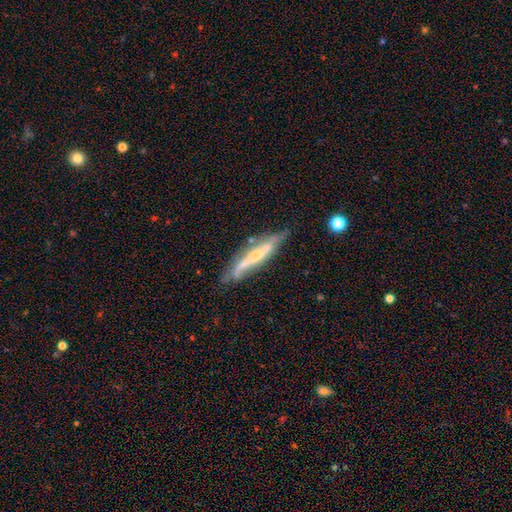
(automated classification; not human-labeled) This appears to be a featured or disk galaxy (68%) viewed edge-on (67%). Merging: none (64%).